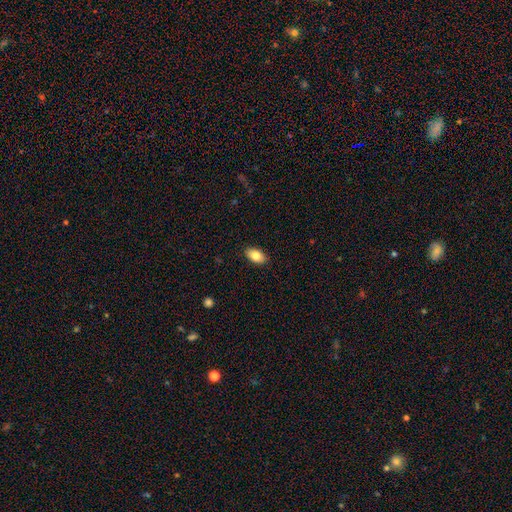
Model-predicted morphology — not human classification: Smooth or featured? smooth (85%)
How rounded? in between (92%)
Merging? none (89%)